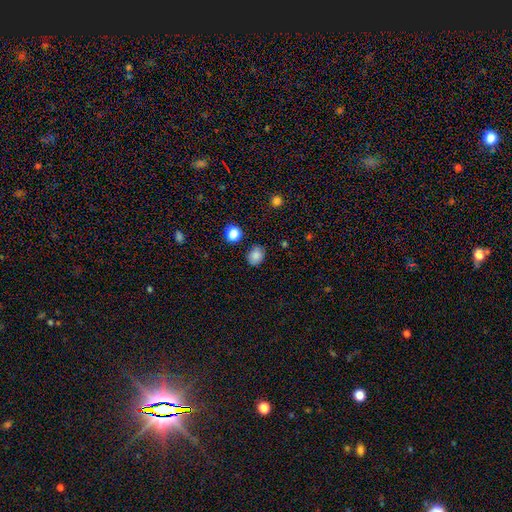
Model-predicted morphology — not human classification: This appears to be a smooth galaxy with no disk features (85%) that is round (54%). Merging: none (81%).